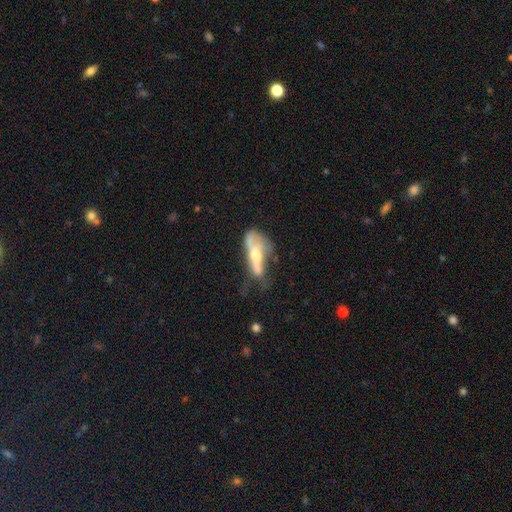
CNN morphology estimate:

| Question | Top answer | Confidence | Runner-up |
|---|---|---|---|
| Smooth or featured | featured or disk | 55% | smooth (35%) |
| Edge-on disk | no | 72% | yes (28%) |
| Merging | major disturbance | 41% | none (23%) |